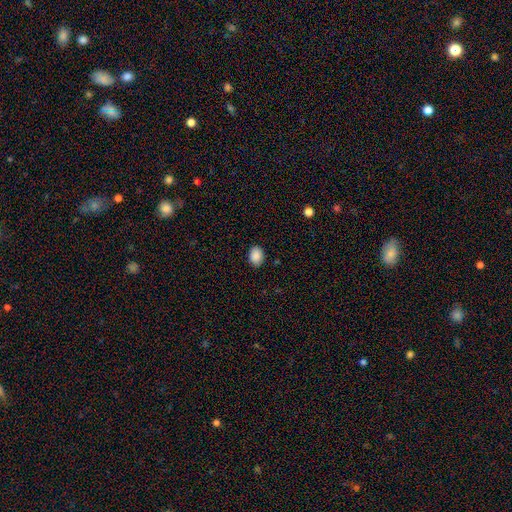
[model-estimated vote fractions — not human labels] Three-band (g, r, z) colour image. It shows a smooth galaxy with no disk features (89%) that is in between round and cigar-shaped (68%). Merging: none (88%).